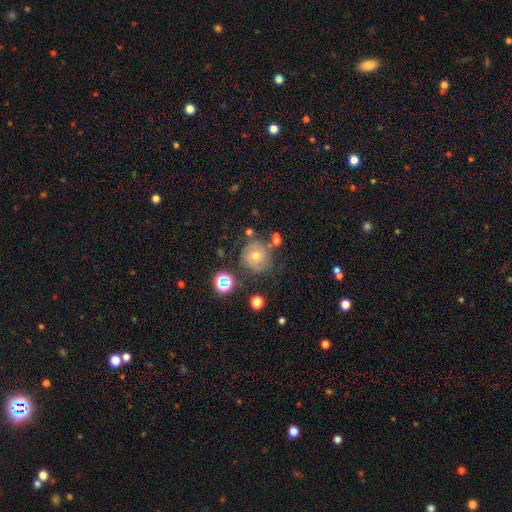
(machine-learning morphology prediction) smooth_or_featured: smooth (p=0.44) [alt: featured or disk p=0.40]
merging: none (p=0.65) [alt: minor disturbance p=0.19]